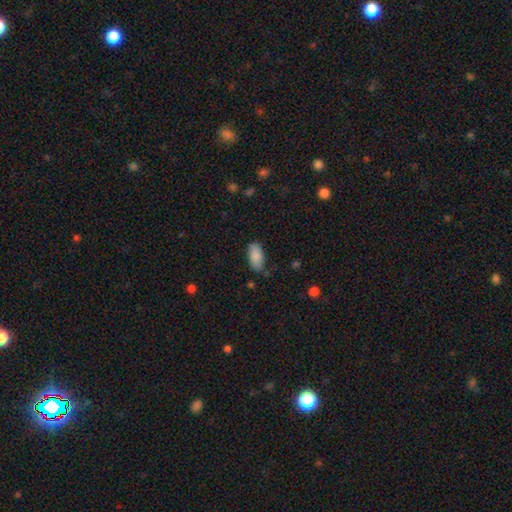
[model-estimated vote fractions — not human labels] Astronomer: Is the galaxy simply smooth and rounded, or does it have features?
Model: smooth — 87%.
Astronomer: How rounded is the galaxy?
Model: in between — 93%.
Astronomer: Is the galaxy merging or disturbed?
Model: none — 73%.